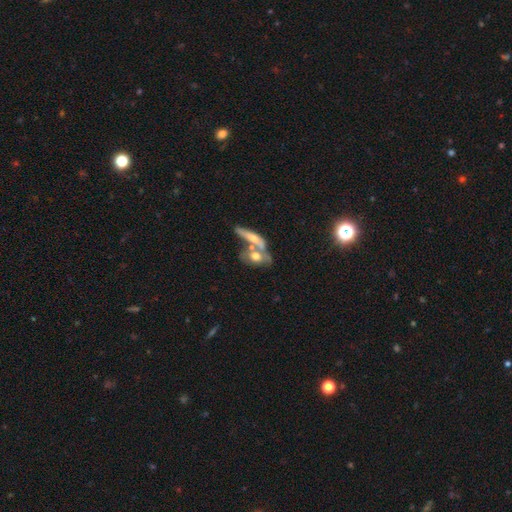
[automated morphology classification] A featured or disk galaxy (52%) viewed edge-on (56%). Merging: merger (51%).